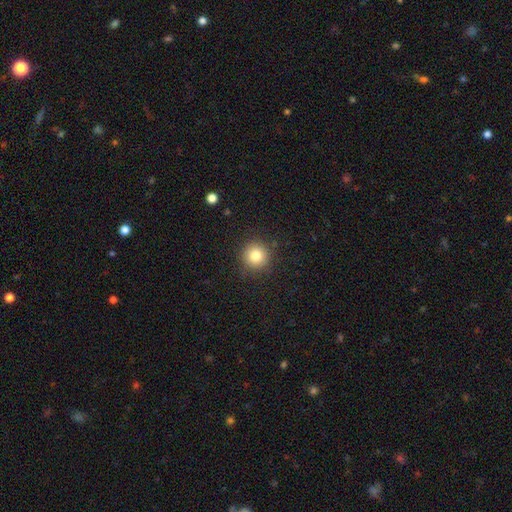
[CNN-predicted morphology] type=smooth (80%); roundness=round (95%); merging=none (89%).